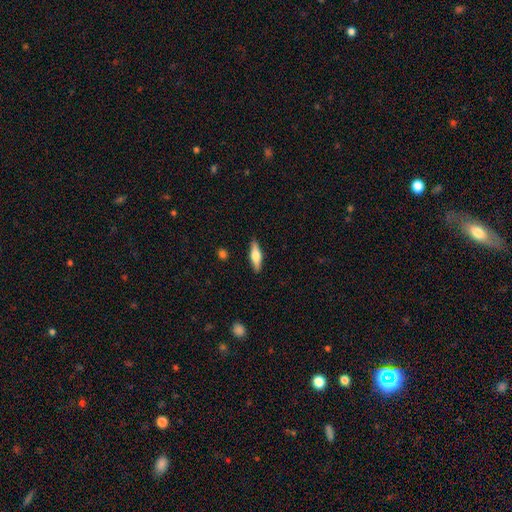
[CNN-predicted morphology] This is possibly a smooth galaxy (54%). How rounded: possibly cigar-shaped (55%). Merging: clearly none (88%).